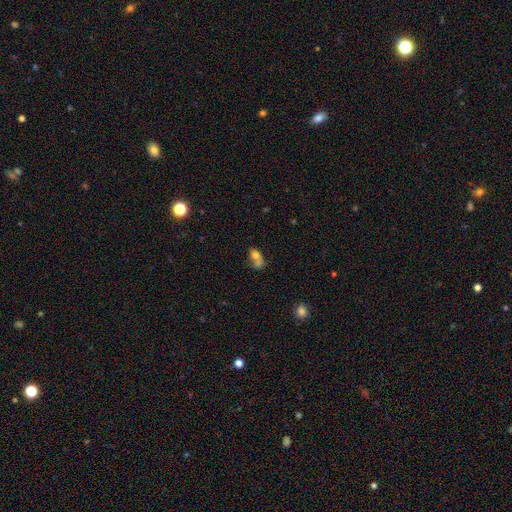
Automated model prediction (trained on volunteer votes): Morphology: type=smooth (71%); roundness=in between (66%); merging=merger (58%).